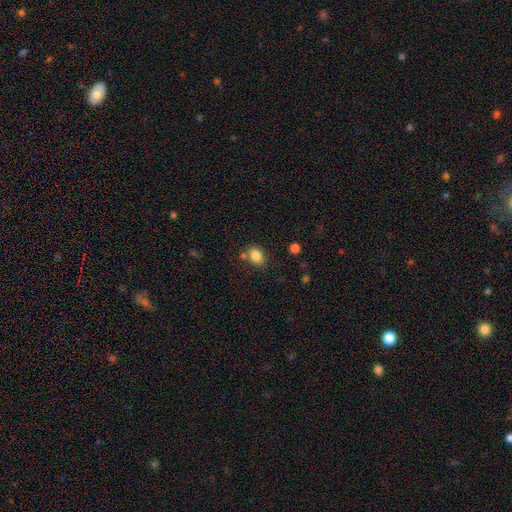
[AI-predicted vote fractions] Smooth or featured: smooth — 84% (star or artifact — 10%)
How rounded: in between — 63% (round — 36%)
Merging: none — 72% (minor disturbance — 14%)